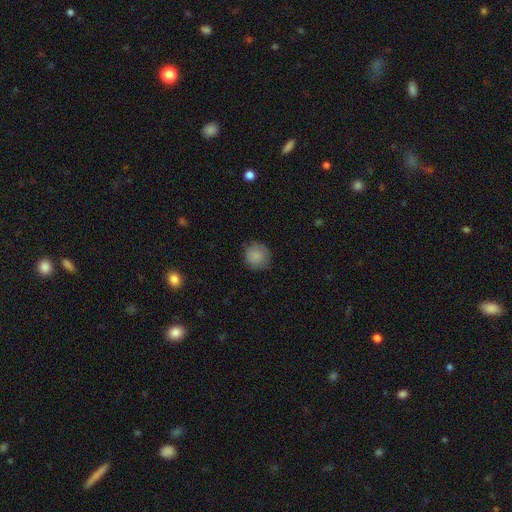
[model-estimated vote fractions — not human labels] Morphology: type=smooth (86%); roundness=round (88%); merging=none (79%).